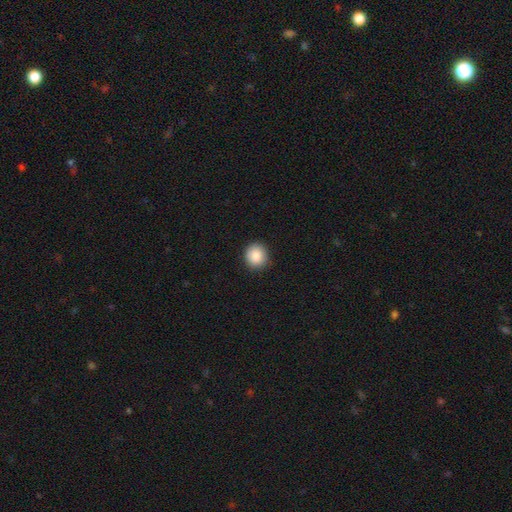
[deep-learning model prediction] A smooth galaxy with no disk features (87%) that is round (86%). Merging: none (90%).